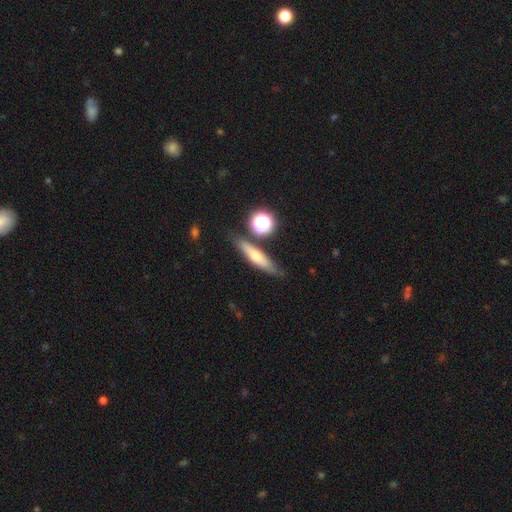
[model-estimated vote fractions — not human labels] This is possibly a smooth galaxy (46%). Merging: likely none (76%).